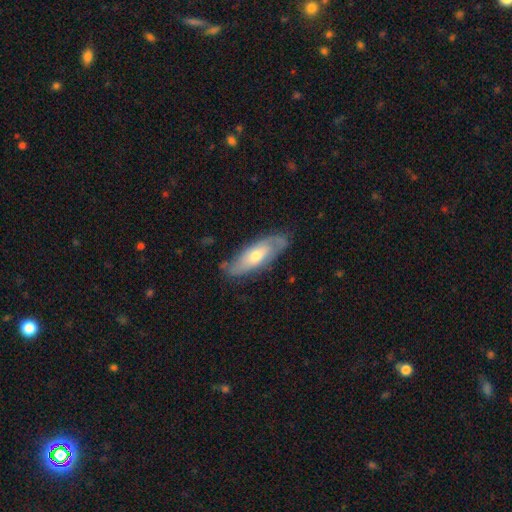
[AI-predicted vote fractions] Smooth or featured? featured or disk (56%)
Edge-on disk? no (76%)
Merging? none (71%)